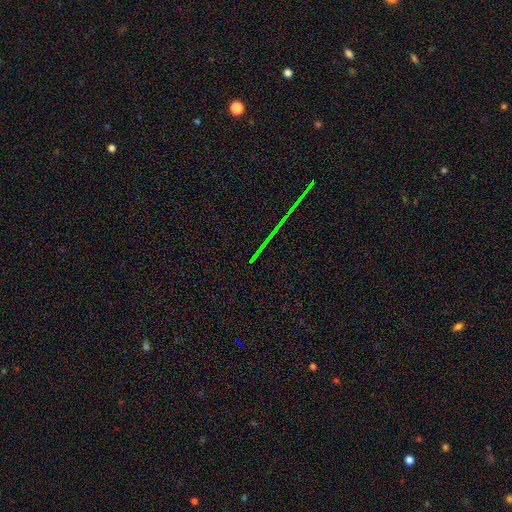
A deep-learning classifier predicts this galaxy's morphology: Smooth or featured? Predicted: star or artifact (p=0.78).